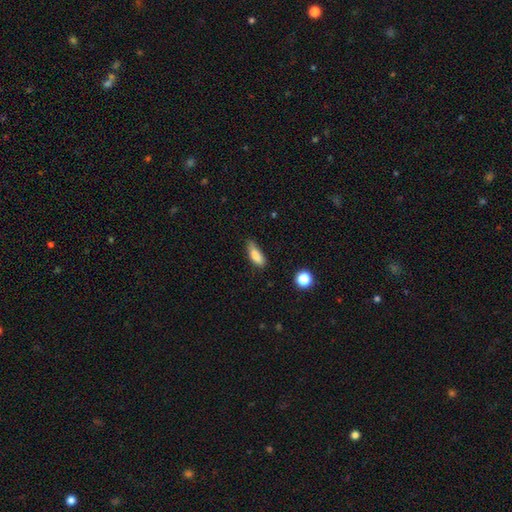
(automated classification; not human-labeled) Smooth or featured?
  - smooth: 83% *
  - star or artifact: 8%
  - featured or disk: 8%
How rounded?
  - in between: 67% *
  - cigar-shaped: 30%
  - round: 3%
Merging?
  - none: 58% *
  - minor disturbance: 33%
  - major disturbance: 6%
  - merger: 2%